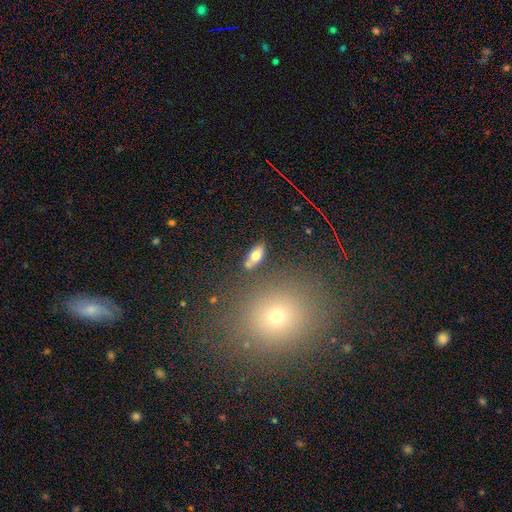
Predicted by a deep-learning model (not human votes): Smooth or featured: smooth — 73% (featured or disk — 18%)
How rounded: in between — 82% (cigar-shaped — 13%)
Merging: none — 74% (minor disturbance — 13%)